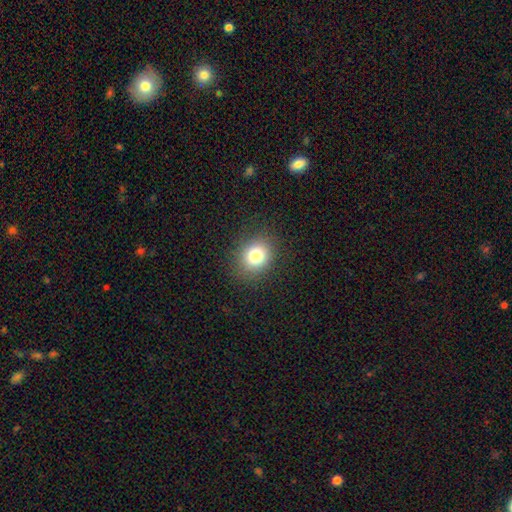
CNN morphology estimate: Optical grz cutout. It shows a smooth galaxy with no disk features (79%) that is round (64%). Merging: none (86%).